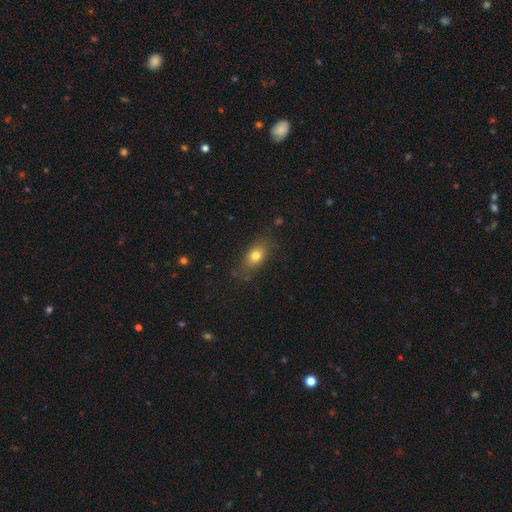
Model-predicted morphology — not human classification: type=smooth (77%); roundness=in between (77%); merging=none (75%).